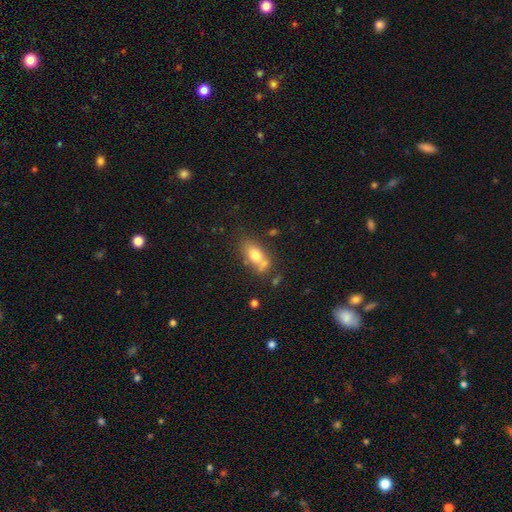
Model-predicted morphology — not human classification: Smooth or featured?
  - smooth: 73% *
  - featured or disk: 19%
  - star or artifact: 9%
How rounded?
  - in between: 83% *
  - round: 10%
  - cigar-shaped: 7%
Merging?
  - none: 48% *
  - merger: 25%
  - minor disturbance: 19%
  - major disturbance: 8%